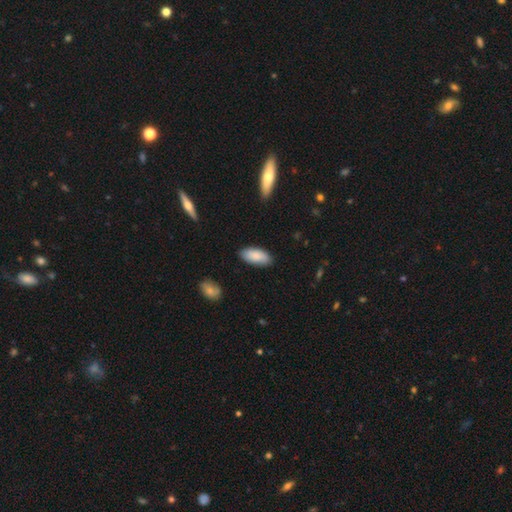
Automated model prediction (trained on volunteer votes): This appears to be a smooth galaxy with no disk features (87%) that is in between round and cigar-shaped (89%). Merging: none (85%).